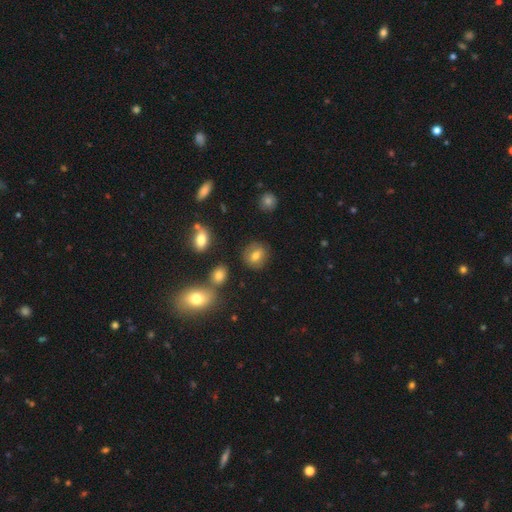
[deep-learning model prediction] Smooth or featured? Predicted: smooth (p=0.72). How rounded? Predicted: round (p=0.71). Merging? Predicted: none (p=0.82).